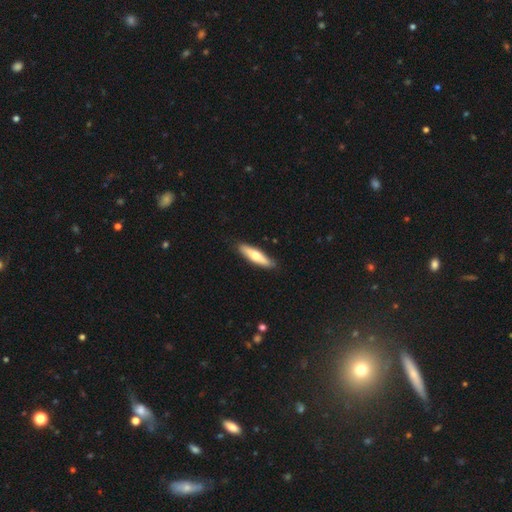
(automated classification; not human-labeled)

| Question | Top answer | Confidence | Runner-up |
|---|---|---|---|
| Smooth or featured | smooth | 59% | featured or disk (37%) |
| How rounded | cigar-shaped | 72% | in between (26%) |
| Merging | none | 87% | minor disturbance (10%) |